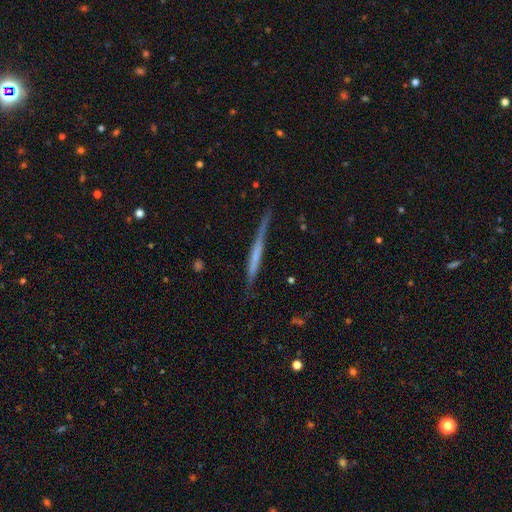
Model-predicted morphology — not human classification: The model was most divided on "smooth or featured": featured or disk: 55%, smooth: 39%, star or artifact: 6%. More confident: edge-on disk — yes (95%); edge-on bulge — none (77%); merging — none (75%).